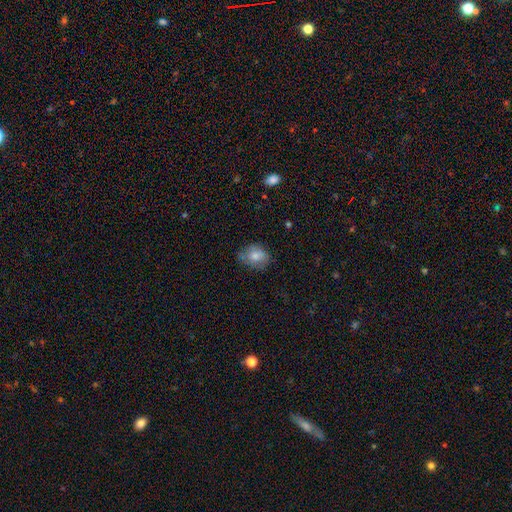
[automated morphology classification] Q: Smooth or featured?
A: smooth (74%); runner-up: featured or disk (18%)
Q: How rounded?
A: in between (61%); runner-up: round (38%)
Q: Merging?
A: none (66%); runner-up: minor disturbance (26%)